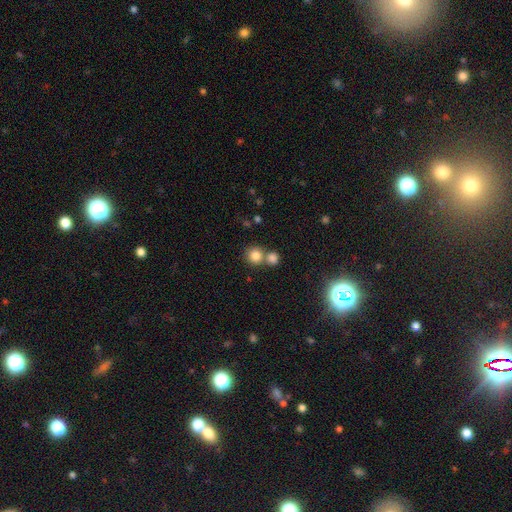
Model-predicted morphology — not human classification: smooth 82%, star or artifact 11%, featured or disk 7%. Down the decision tree: how rounded — round (89%); merging — none (54%).